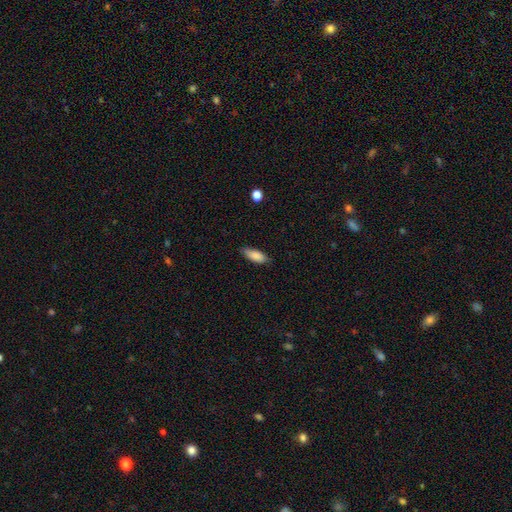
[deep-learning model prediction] This is clearly a smooth galaxy (86%). How rounded: likely in between (75%). Merging: clearly none (81%).